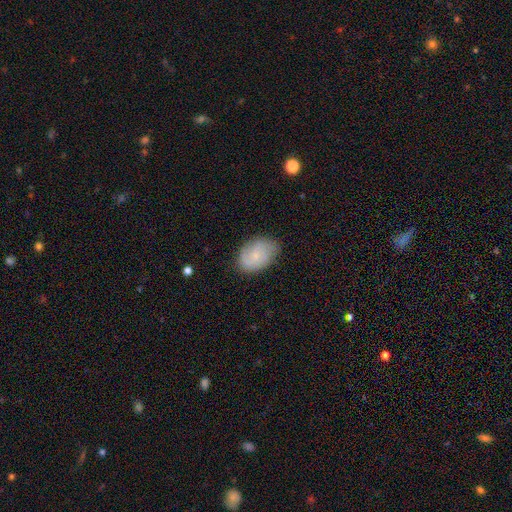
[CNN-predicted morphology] This is possibly a smooth galaxy (53%). How rounded: clearly in between (83%). Merging: likely none (75%).